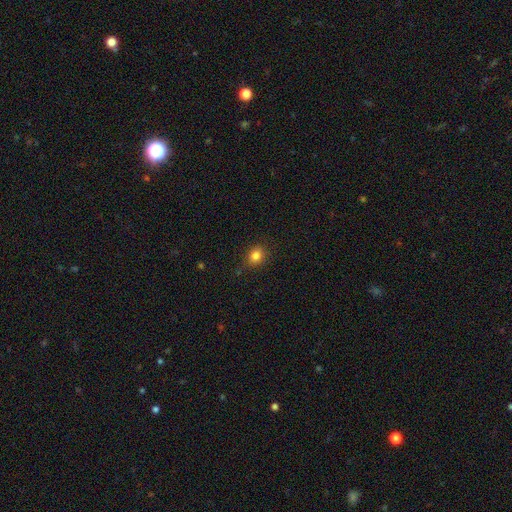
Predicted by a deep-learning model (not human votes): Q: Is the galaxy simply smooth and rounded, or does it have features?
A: smooth — 82%.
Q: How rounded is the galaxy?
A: round — 63%.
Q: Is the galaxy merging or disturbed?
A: none — 83%.